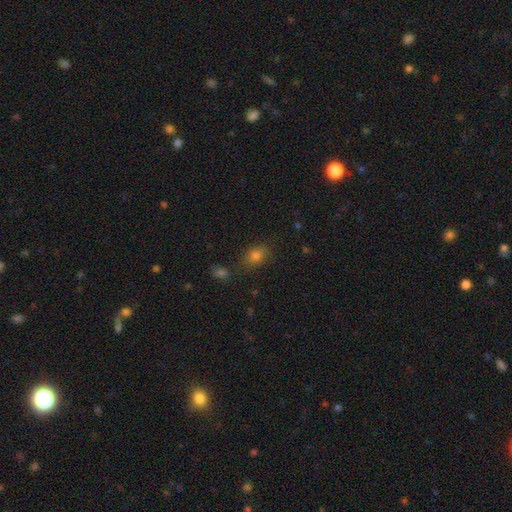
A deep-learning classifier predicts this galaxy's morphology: Smooth or featured? smooth (74%)
How rounded? in between (64%)
Merging? none (79%)